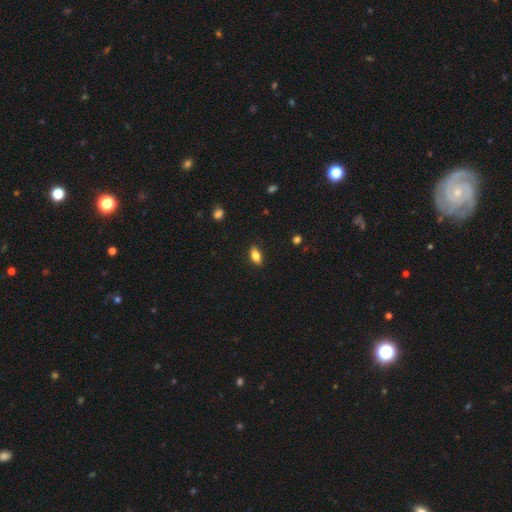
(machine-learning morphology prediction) This is likely a smooth galaxy (78%). How rounded: clearly in between (84%). Merging: clearly none (87%).